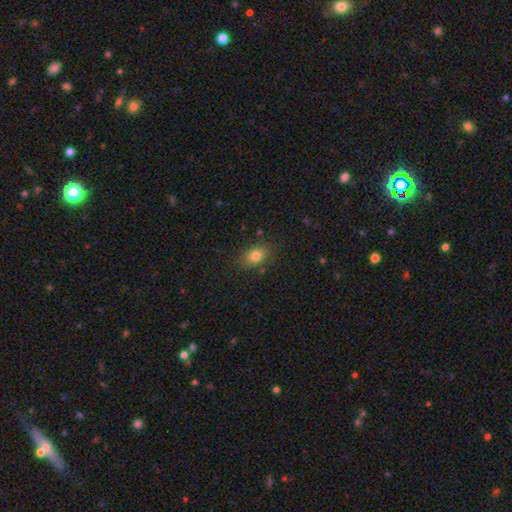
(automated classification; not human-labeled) A smooth galaxy with no disk features (81%) that is in between round and cigar-shaped (77%). Merging: none (82%).